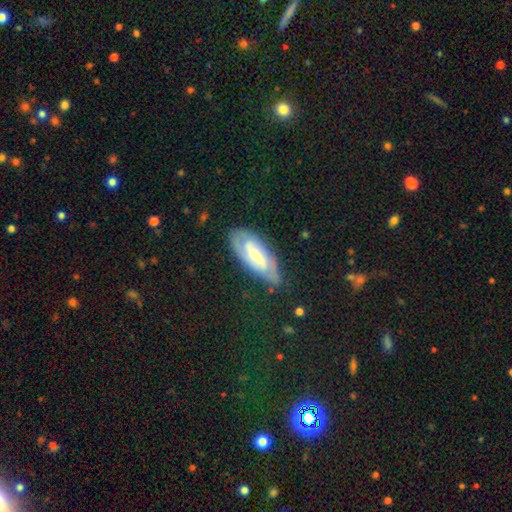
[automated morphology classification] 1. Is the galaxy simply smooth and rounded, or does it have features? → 60% featured or disk, 32% smooth, 8% star or artifact.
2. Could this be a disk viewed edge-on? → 88% no, 12% yes.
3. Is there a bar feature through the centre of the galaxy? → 45% weak, 29% strong, 26% no.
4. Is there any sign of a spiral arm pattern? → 81% yes, 19% no.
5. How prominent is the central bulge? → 33% small, 32% moderate, 18% large, 14% none, 2% dominant.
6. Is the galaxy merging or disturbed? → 71% none, 21% minor disturbance, 6% major disturbance, 2% merger.